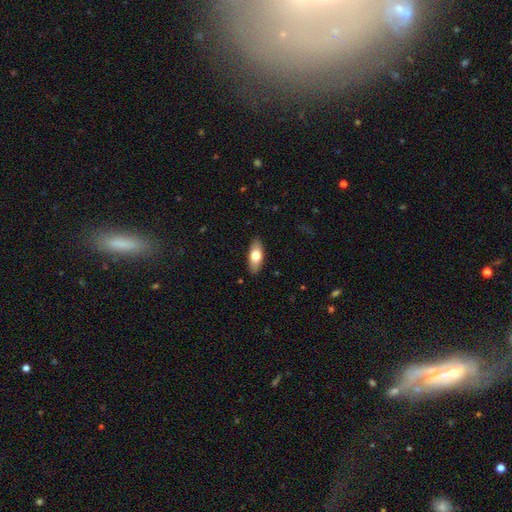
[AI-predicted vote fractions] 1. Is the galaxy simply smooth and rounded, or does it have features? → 71% smooth, 23% featured or disk, 6% star or artifact.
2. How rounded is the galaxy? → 83% in between, 14% cigar-shaped, 3% round.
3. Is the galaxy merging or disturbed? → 88% none, 9% minor disturbance, 2% major disturbance, 1% merger.